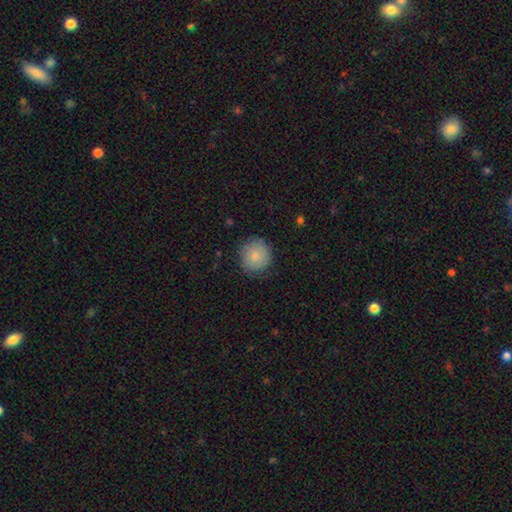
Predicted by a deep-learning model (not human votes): This is clearly a smooth galaxy (81%). How rounded: clearly round (93%). Merging: clearly none (82%).